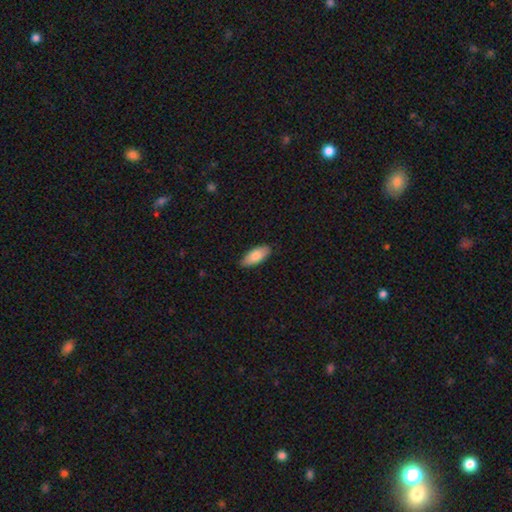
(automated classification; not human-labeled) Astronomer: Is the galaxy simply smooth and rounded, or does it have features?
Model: smooth — 81%.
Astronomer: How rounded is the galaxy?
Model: in between — 84%.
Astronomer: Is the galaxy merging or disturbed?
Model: none — 86%.